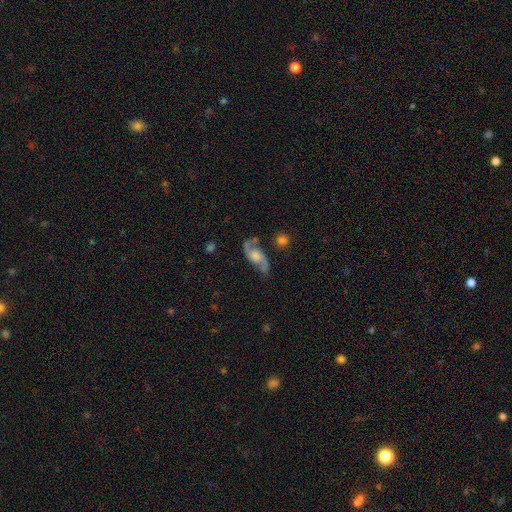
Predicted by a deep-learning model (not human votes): Q: Smooth or featured?
A: featured or disk (82%); runner-up: smooth (12%)
Q: Edge-on disk?
A: no (94%); runner-up: yes (6%)
Q: Bar?
A: no (62%); runner-up: weak (32%)
Q: Spiral arms?
A: yes (95%); runner-up: no (5%)
Q: Spiral winding?
A: loose (56%); runner-up: medium (36%)
Q: Spiral arm count?
A: 2 (93%); runner-up: can't tell (3%)
Q: Bulge size?
A: moderate (36%); runner-up: large (29%)
Q: Merging?
A: none (68%); runner-up: minor disturbance (18%)